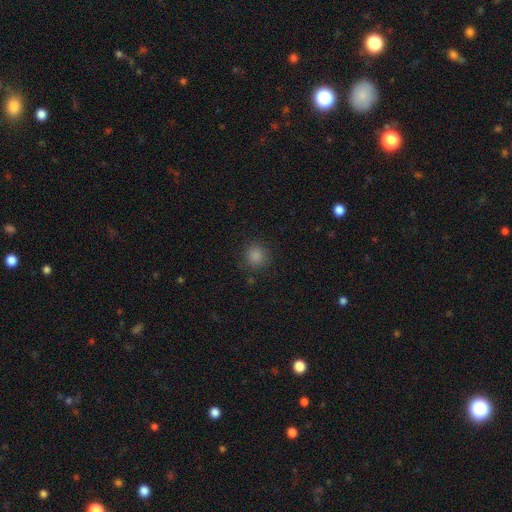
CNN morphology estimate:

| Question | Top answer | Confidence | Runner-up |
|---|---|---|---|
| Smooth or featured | smooth | 85% | star or artifact (12%) |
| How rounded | round | 91% | in between (8%) |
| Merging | none | 86% | minor disturbance (9%) |